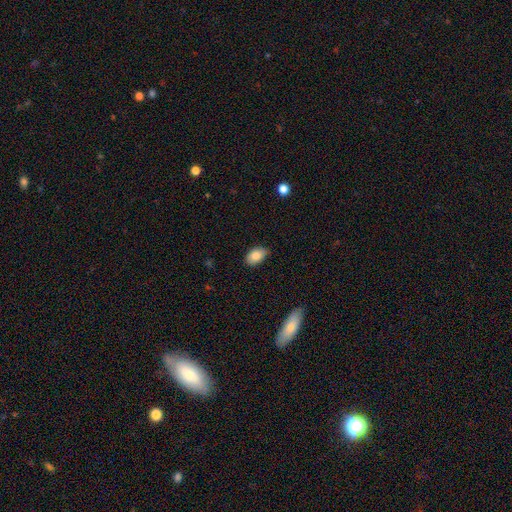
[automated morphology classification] smooth-or-featured: smooth: 85% | featured or disk: 8% | star or artifact: 7%
  how-rounded: in between: 91% | round: 8% | cigar-shaped: 1%
  merging: none: 77% | minor disturbance: 19% | major disturbance: 3% | merger: 1%